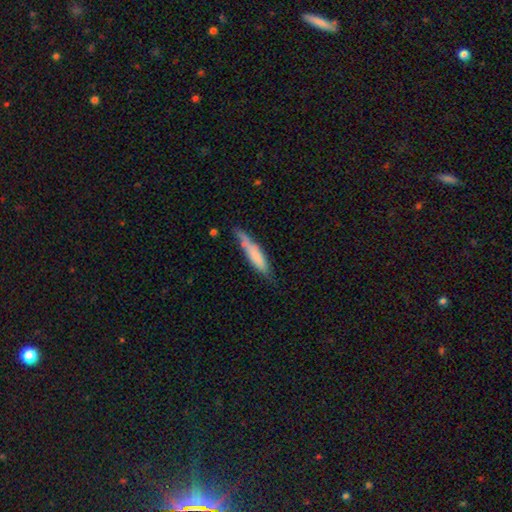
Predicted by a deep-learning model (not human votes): Smooth or featured: smooth — 70% (featured or disk — 24%)
How rounded: cigar-shaped — 83% (in between — 16%)
Merging: none — 61% (minor disturbance — 25%)